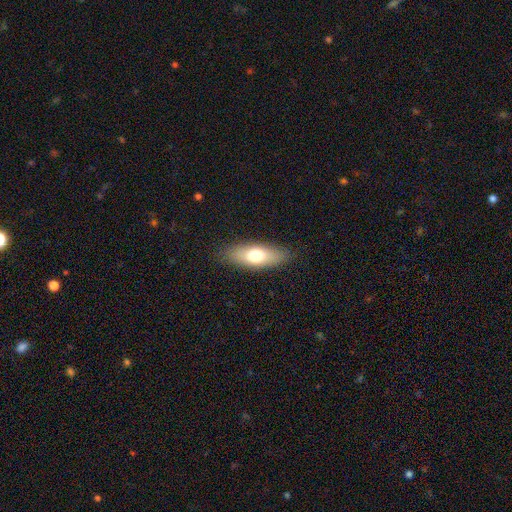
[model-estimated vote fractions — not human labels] This appears to be a smooth galaxy with no disk features (68%) that is in between round and cigar-shaped (66%). Merging: none (86%).